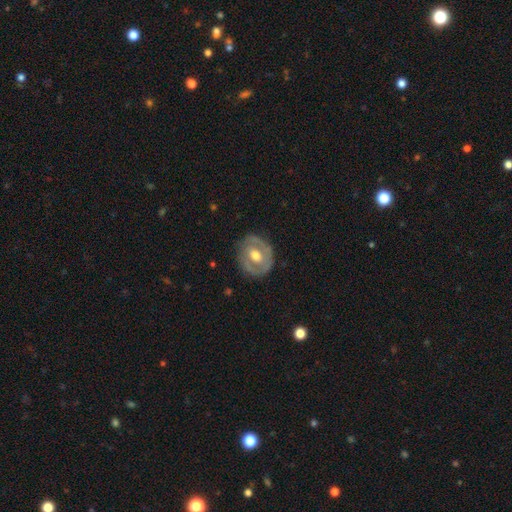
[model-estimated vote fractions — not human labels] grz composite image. It shows a featured or disk galaxy (62%) with no bar (57%), no spiral arms (67%) and a moderate central bulge (73%). Merging: none (78%).